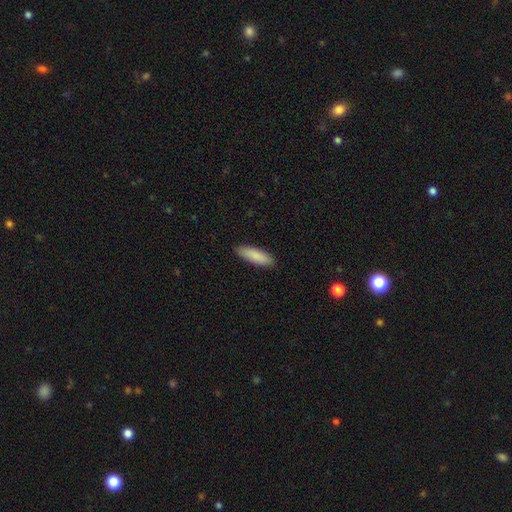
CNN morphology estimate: Q: Smooth or featured?
A: smooth (88%); runner-up: featured or disk (6%)
Q: How rounded?
A: in between (54%); runner-up: cigar-shaped (45%)
Q: Merging?
A: none (88%); runner-up: minor disturbance (9%)